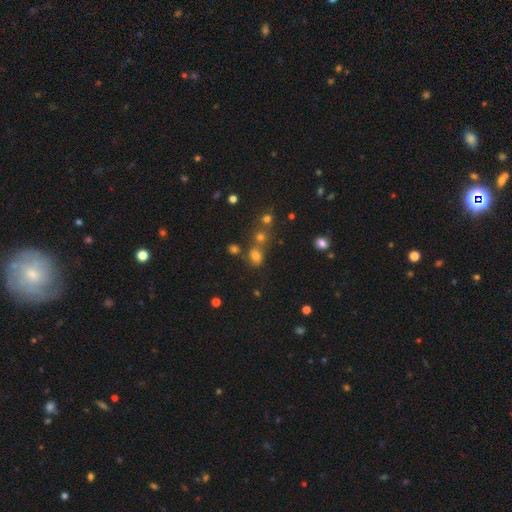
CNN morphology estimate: This is likely a smooth galaxy (67%). How rounded: possibly round (53%). Merging: possibly none (55%).